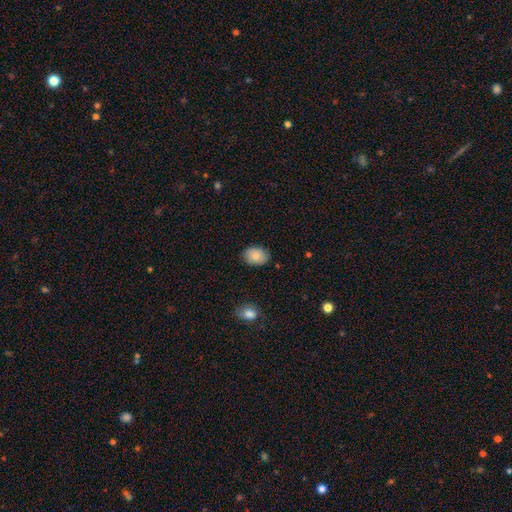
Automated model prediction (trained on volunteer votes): smooth 86%, star or artifact 7%, featured or disk 7%. Down the decision tree: how rounded — in between (74%); merging — none (84%).